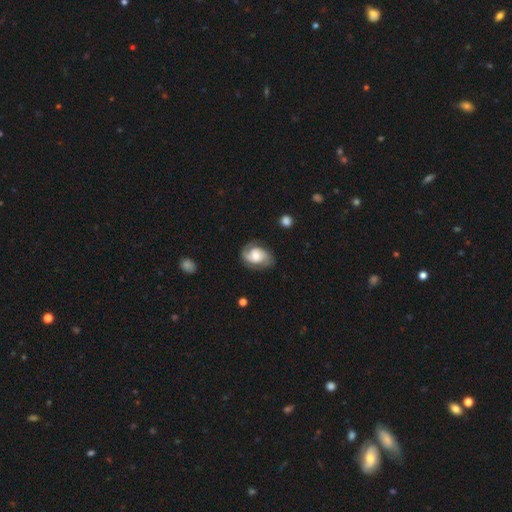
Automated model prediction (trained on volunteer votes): This is likely a featured or disk galaxy (73%). It is clearly not viewed edge-on (97%). Bar: likely no (65%). Spiral arm pattern: clearly yes (93%). Spiral arm count: likely 2 (75%). Spiral winding: marginally medium (43%). Central bulge: likely moderate (62%). Merging: likely none (71%).